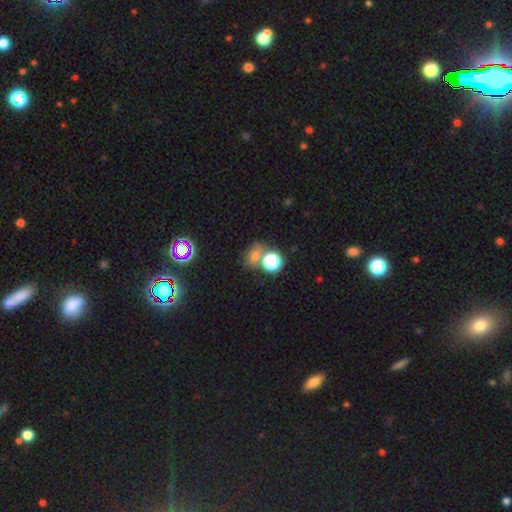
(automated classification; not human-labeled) This appears to be a smooth galaxy with no disk features (60%) that is round (53%). Merging: none (56%).